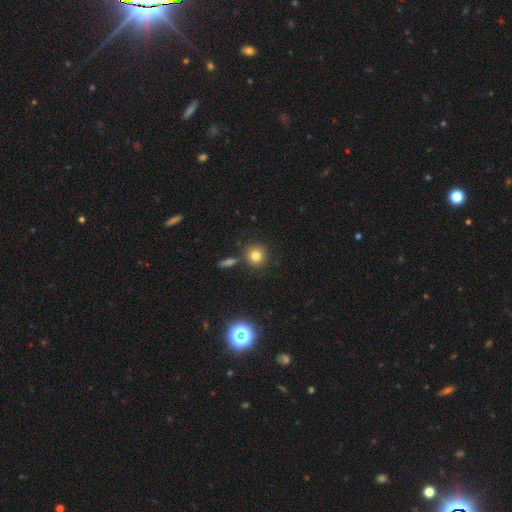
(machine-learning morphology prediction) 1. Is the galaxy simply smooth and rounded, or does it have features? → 79% smooth, 13% star or artifact, 8% featured or disk.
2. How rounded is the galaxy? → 89% round, 10% in between, 1% cigar-shaped.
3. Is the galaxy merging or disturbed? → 79% none, 10% minor disturbance, 9% merger, 3% major disturbance.